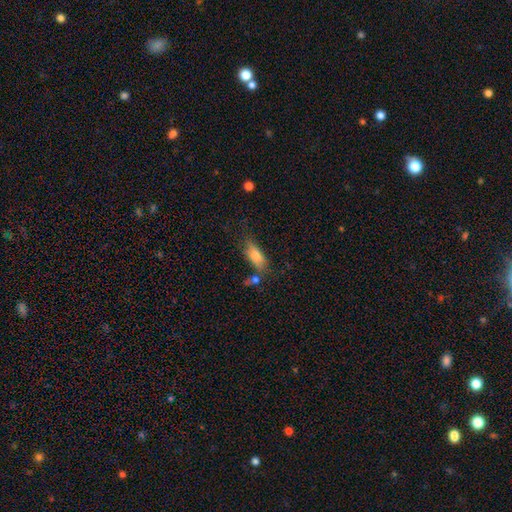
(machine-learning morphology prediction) Smooth or featured? Predicted: smooth (p=0.71). How rounded? Predicted: in between (p=0.69). Merging? Predicted: none (p=0.54).